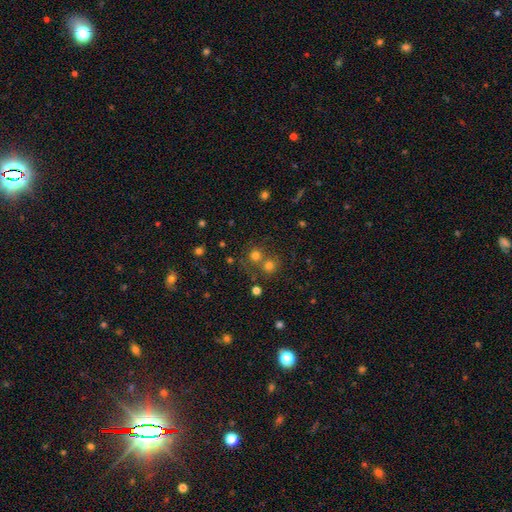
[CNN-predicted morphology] Smooth or featured? Predicted: smooth (p=0.71). How rounded? Predicted: round (p=0.90). Merging? Predicted: none (p=0.57).